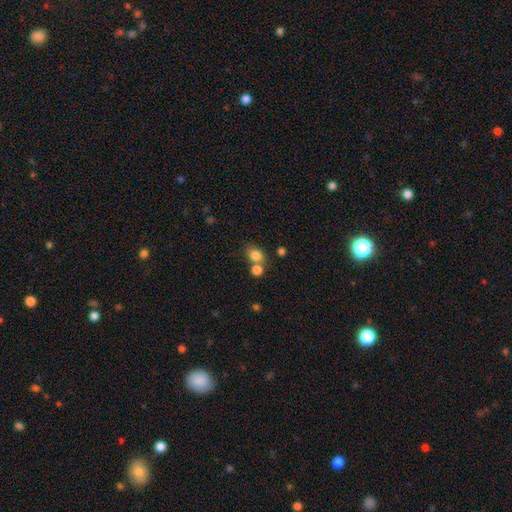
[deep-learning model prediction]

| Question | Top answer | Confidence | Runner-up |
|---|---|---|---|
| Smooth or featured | smooth | 81% | star or artifact (11%) |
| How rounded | in between | 53% | round (46%) |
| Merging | none | 51% | merger (33%) |